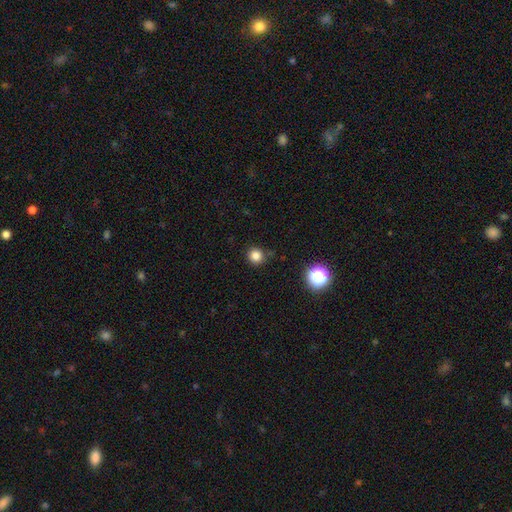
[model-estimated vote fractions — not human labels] Smooth or featured? Predicted: smooth (p=0.82). How rounded? Predicted: round (p=0.93). Merging? Predicted: none (p=0.87).